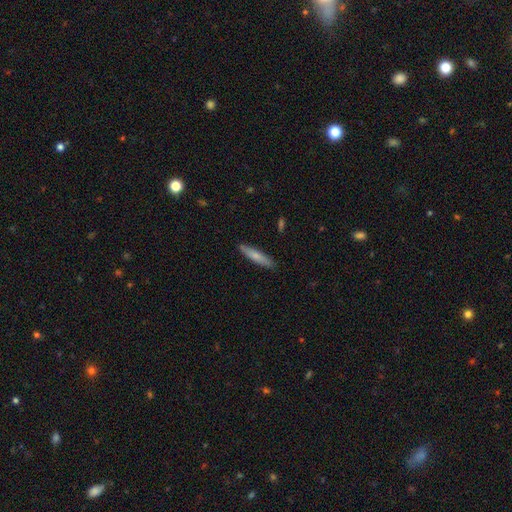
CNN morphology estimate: A smooth galaxy with no disk features (71%) that is cigar-shaped (86%). Merging: none (88%).